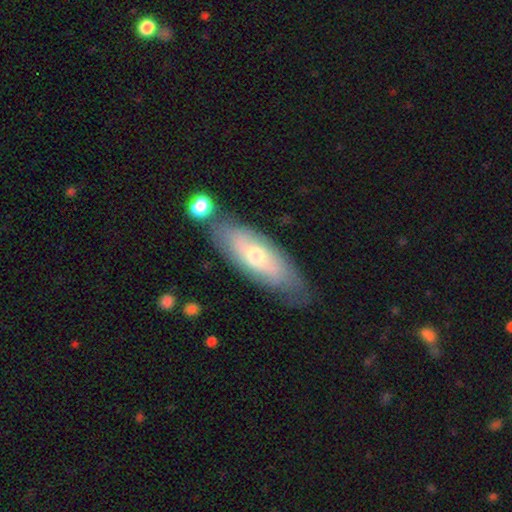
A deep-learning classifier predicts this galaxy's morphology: smooth_or_featured: smooth (p=0.50) [alt: featured or disk p=0.43]
how_rounded: in between (p=0.66) [alt: cigar-shaped p=0.32]
merging: none (p=0.69) [alt: minor disturbance p=0.19]